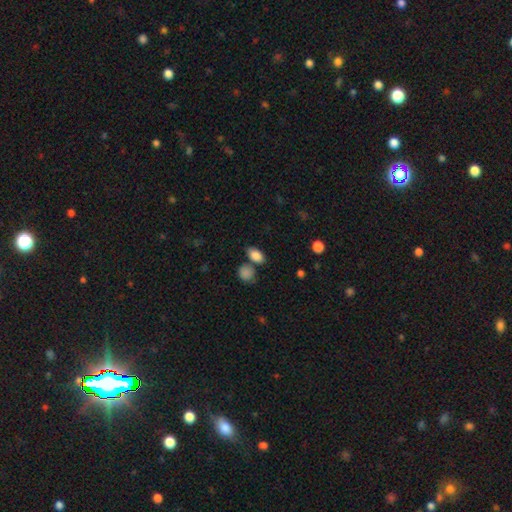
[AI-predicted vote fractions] The model was most divided on "merging": none: 64%, merger: 18%, minor disturbance: 14%, major disturbance: 4%. More confident: how rounded — in between (86%); smooth or featured — smooth (85%).